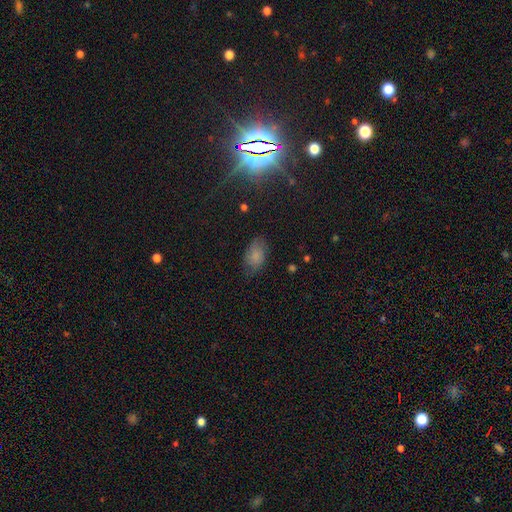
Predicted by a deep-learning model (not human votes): A smooth galaxy with no disk features (72%) that is in between round and cigar-shaped (90%).

Vote fractions:
- Smooth or featured? smooth: 72% / featured or disk: 15% / star or artifact: 13%
- How rounded? in between: 90% / round: 8% / cigar-shaped: 2%
- Merging? none: 67% / minor disturbance: 24% / major disturbance: 7% / merger: 1%